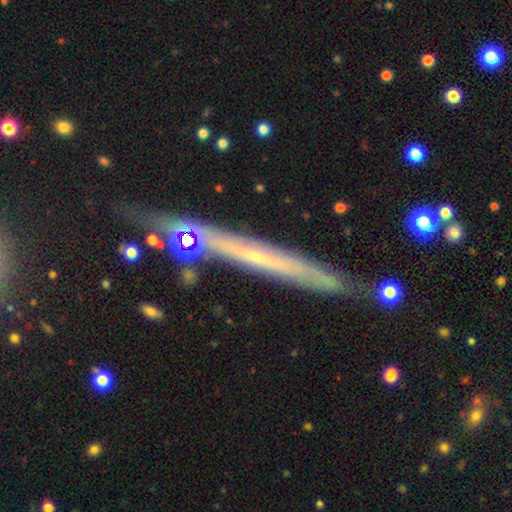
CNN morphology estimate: Smooth or featured?
  - featured or disk: 67% *
  - smooth: 25%
  - star or artifact: 8%
Edge-on disk?
  - yes: 90% *
  - no: 10%
Edge-on bulge?
  - none: 66% *
  - rounded: 29%
  - boxy: 5%
Merging?
  - none: 79% *
  - minor disturbance: 14%
  - merger: 4%
  - major disturbance: 3%